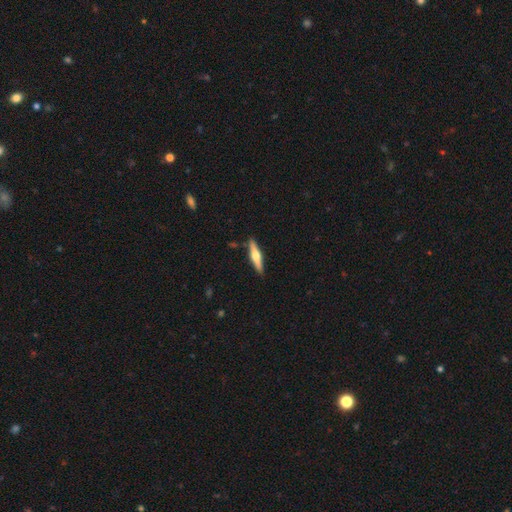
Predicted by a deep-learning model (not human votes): Smooth or featured? Predicted: featured or disk (p=0.56). Edge-on disk? Predicted: yes (p=0.96). Edge-on bulge? Predicted: rounded (p=0.90). Merging? Predicted: none (p=0.88).